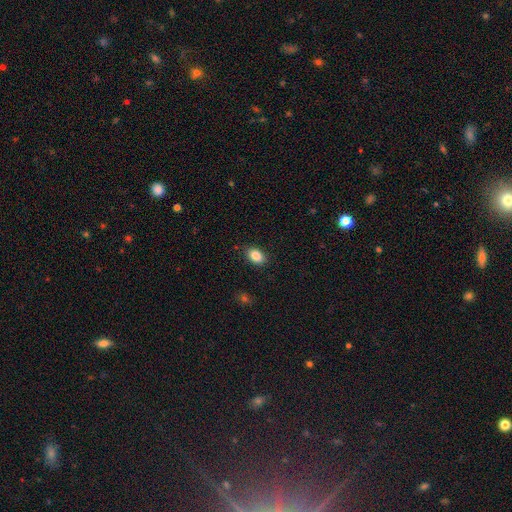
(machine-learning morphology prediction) The model was most divided on "how rounded": in between: 83%, round: 15%, cigar-shaped: 1%. More confident: smooth or featured — smooth (87%); merging — none (86%).